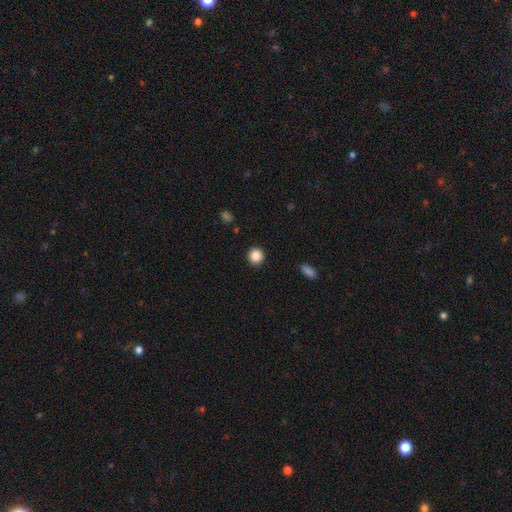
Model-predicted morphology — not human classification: Smooth or featured? smooth (86%)
How rounded? round (92%)
Merging? none (92%)